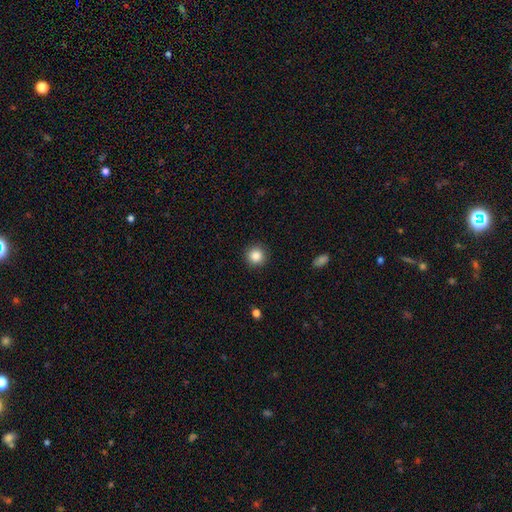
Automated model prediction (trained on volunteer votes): smooth_or_featured: smooth (p=0.87) [alt: star or artifact p=0.10]
how_rounded: round (p=0.95) [alt: in between p=0.04]
merging: none (p=0.92) [alt: minor disturbance p=0.05]